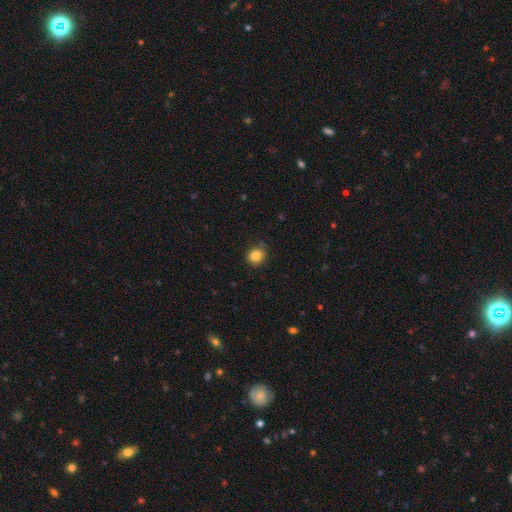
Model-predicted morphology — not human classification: A smooth galaxy with no disk features (83%) that is round (80%). Merging: none (84%).